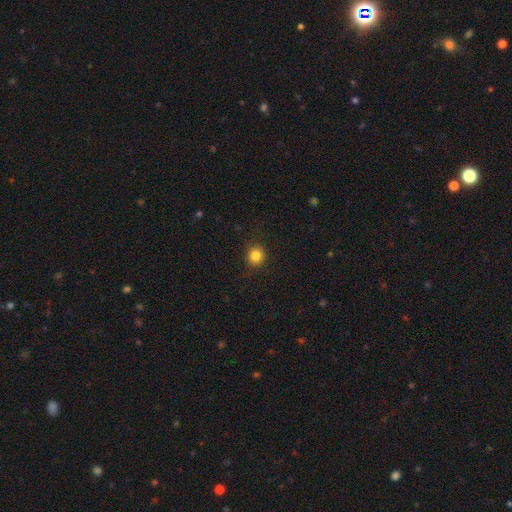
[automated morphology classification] Smooth or featured? smooth (84%)
How rounded? round (92%)
Merging? none (90%)